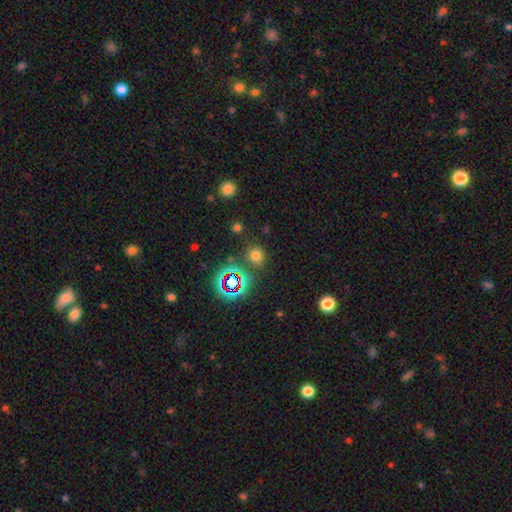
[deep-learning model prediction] smooth 64%, star or artifact 29%, featured or disk 7%. Down the decision tree: how rounded — round (88%); merging — none (82%).